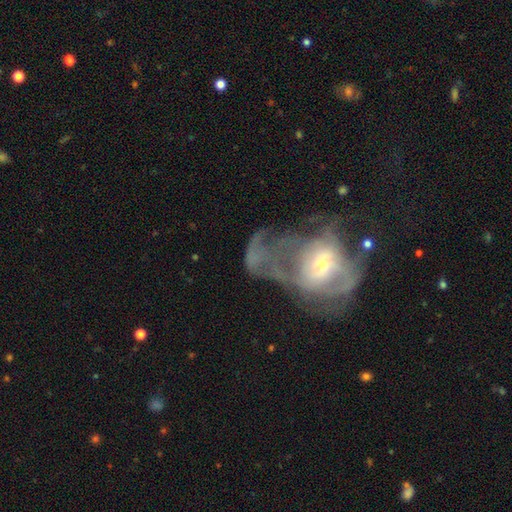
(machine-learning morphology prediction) Smooth or featured? Predicted: featured or disk (p=0.58). Edge-on disk? Predicted: no (p=0.94). Bar? Predicted: no (p=0.63). Spiral arms? Predicted: yes (p=0.51). Bulge size? Predicted: small (p=0.46). Merging? Predicted: merger (p=0.39).